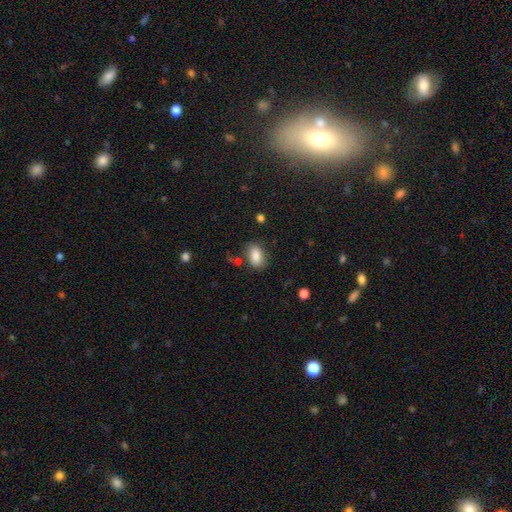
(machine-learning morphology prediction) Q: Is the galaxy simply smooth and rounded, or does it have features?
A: smooth — 85%.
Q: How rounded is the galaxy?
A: in between — 88%.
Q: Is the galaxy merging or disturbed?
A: none — 78%.